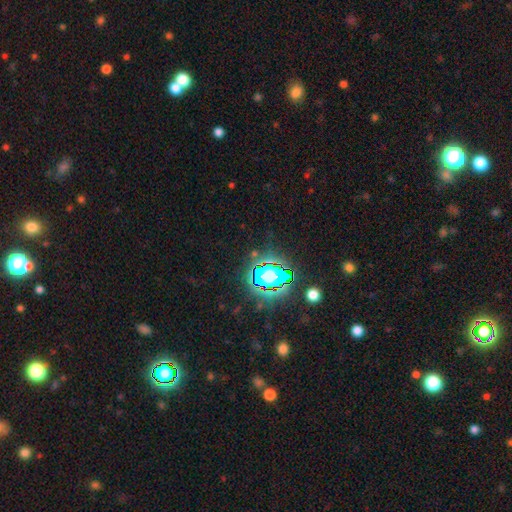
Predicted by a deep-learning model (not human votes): Q: Smooth or featured?
A: star or artifact (74%); runner-up: smooth (15%)